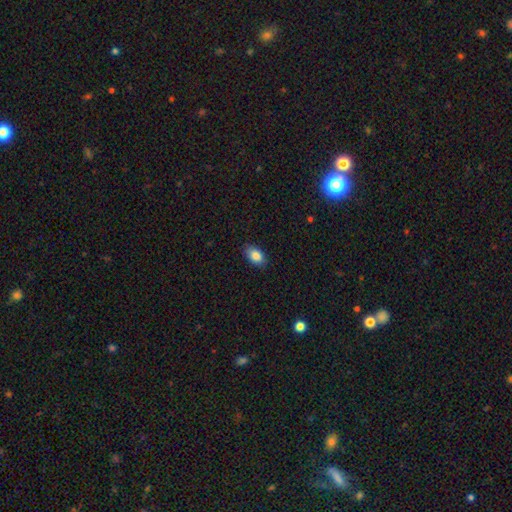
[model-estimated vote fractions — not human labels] Overall: smooth (86%). How rounded: in between (91%). Merging: none (86%).